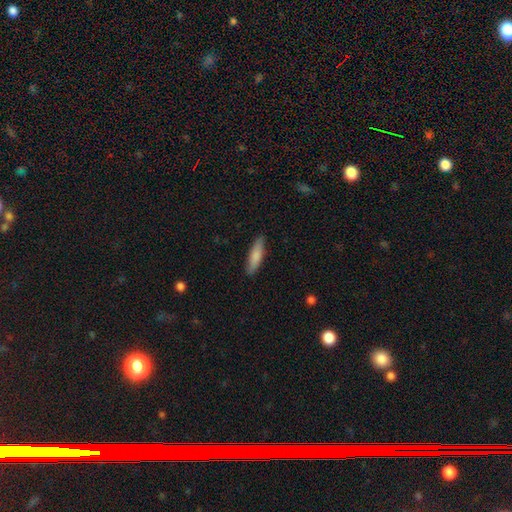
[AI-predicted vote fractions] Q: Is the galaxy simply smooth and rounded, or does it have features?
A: smooth — 81%.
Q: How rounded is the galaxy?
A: cigar-shaped — 67%.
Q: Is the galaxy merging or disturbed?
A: none — 87%.